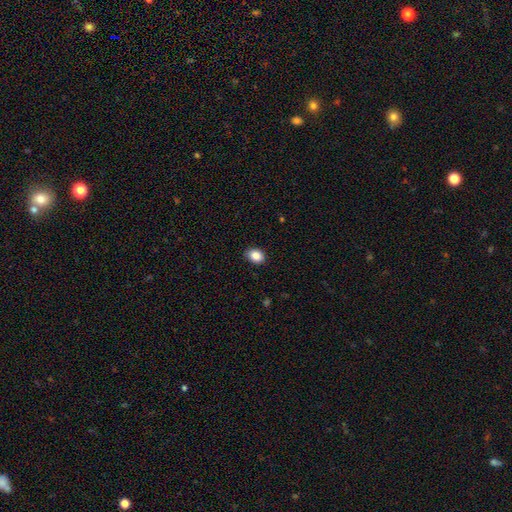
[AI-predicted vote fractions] Q: Smooth or featured?
A: smooth (86%); runner-up: star or artifact (9%)
Q: How rounded?
A: in between (65%); runner-up: round (34%)
Q: Merging?
A: none (87%); runner-up: minor disturbance (11%)